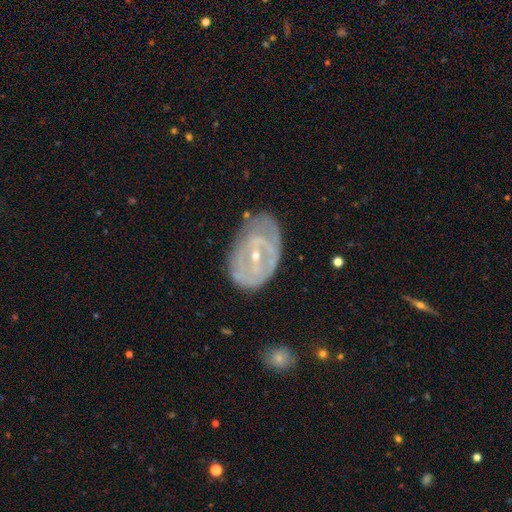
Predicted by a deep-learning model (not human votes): A featured or disk galaxy (75%) with a weak bar (41%), spiral arms (63%) and a small central bulge (69%).

Vote fractions:
- Smooth or featured? featured or disk: 75% / smooth: 17% / star or artifact: 8%
- Edge-on disk? no: 94% / yes: 6%
- Bar? weak: 41% / no: 30% / strong: 29%
- Spiral arms? yes: 63% / no: 37%
- Bulge size? small: 69% / moderate: 28% / none: 1% / large: 1% / dominant: 1%
- Merging? none: 58% / minor disturbance: 27% / major disturbance: 12% / merger: 2%